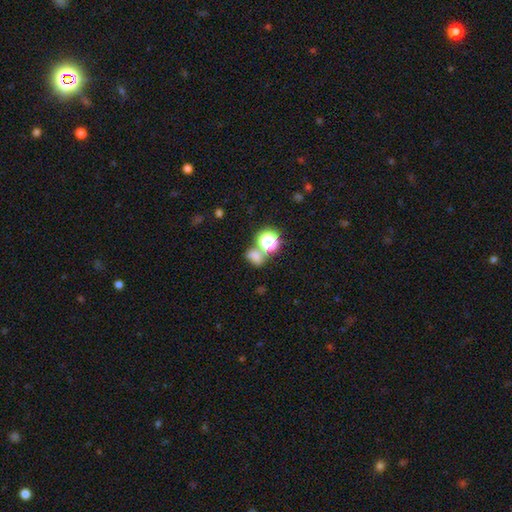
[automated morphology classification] type=smooth (65%); roundness=in between (53%); merging=none (48%).